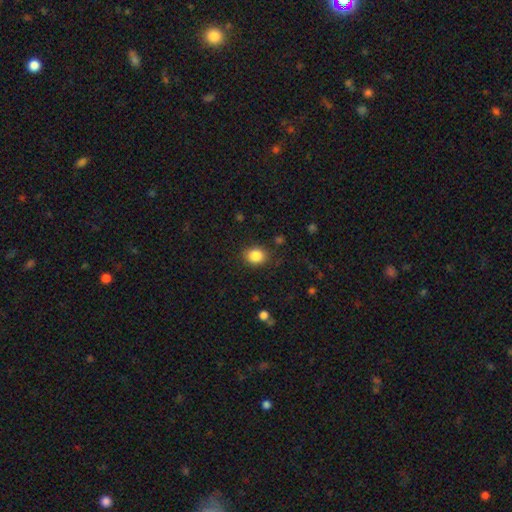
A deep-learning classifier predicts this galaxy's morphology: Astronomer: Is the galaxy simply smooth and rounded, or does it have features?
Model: smooth — 86%.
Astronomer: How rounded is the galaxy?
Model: round — 57% (runner-up: in between, 42%).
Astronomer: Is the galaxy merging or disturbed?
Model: none — 85%.